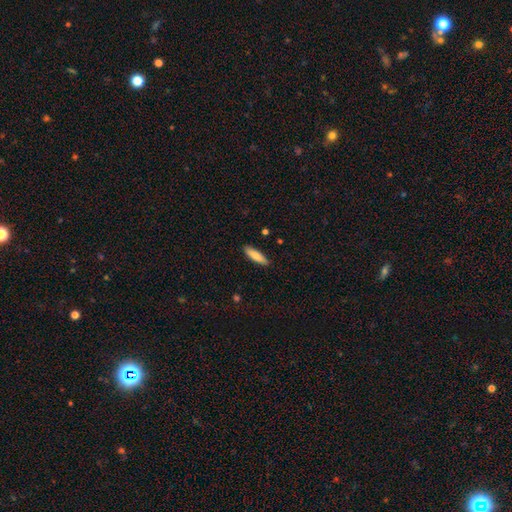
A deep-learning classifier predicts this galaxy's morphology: Smooth or featured?
  - smooth: 81% *
  - featured or disk: 13%
  - star or artifact: 6%
How rounded?
  - cigar-shaped: 68% *
  - in between: 31%
  - round: 2%
Merging?
  - none: 88% *
  - minor disturbance: 9%
  - major disturbance: 2%
  - merger: 1%